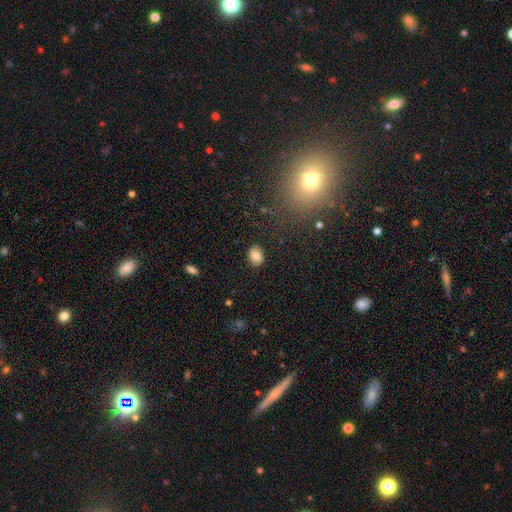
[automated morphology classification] Overall: smooth (84%). How rounded: in between (62%; round 37%). Merging: none (86%).